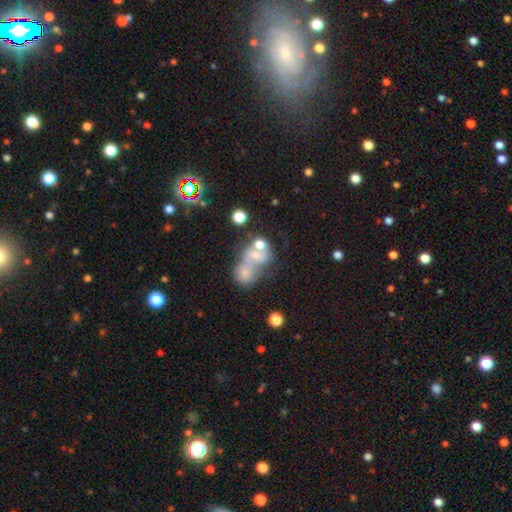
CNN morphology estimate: This is possibly a smooth galaxy (50%). Merging: likely merger (64%).